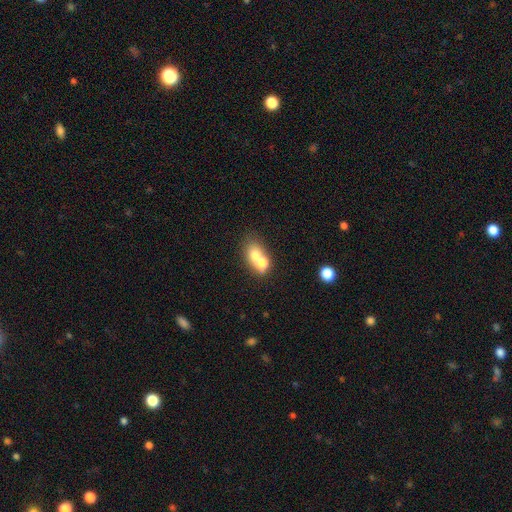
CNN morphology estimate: smooth_or_featured: smooth (p=0.67) [alt: featured or disk p=0.21]
how_rounded: in between (p=0.53) [alt: round p=0.45]
merging: merger (p=0.62) [alt: none p=0.27]